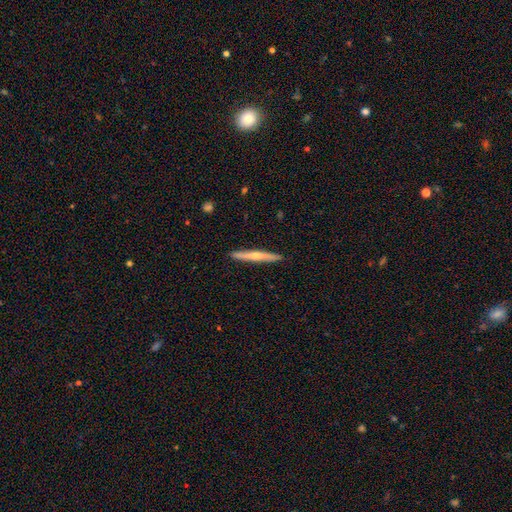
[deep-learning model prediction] A featured or disk galaxy (51%) viewed edge-on (96%).

Vote fractions:
- Smooth or featured? featured or disk: 51% / smooth: 43% / star or artifact: 5%
- Edge-on disk? yes: 96% / no: 4%
- Merging? none: 91% / minor disturbance: 6% / major disturbance: 1% / merger: 1%